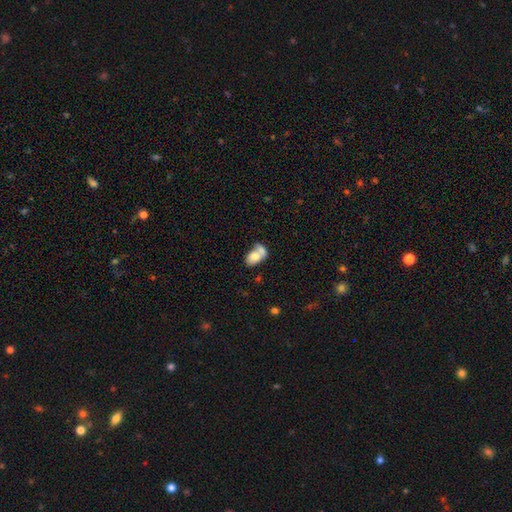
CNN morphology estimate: smooth-or-featured: smooth: 69% | featured or disk: 24% | star or artifact: 8%
  how-rounded: in between: 81% | round: 17% | cigar-shaped: 1%
  merging: merger: 62% | none: 20% | minor disturbance: 10% | major disturbance: 7%